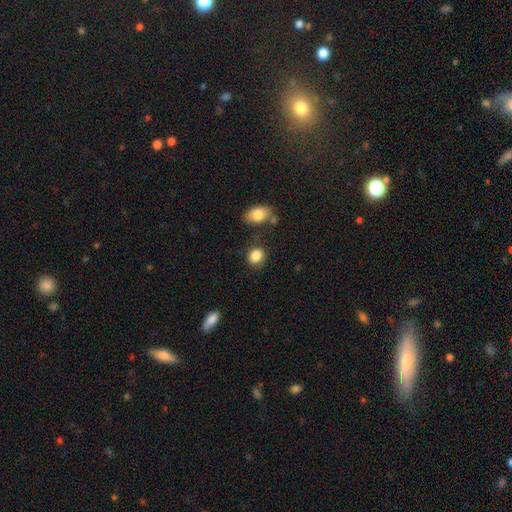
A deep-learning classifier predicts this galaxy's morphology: type=smooth (86%); roundness=round (60%); merging=none (76%).